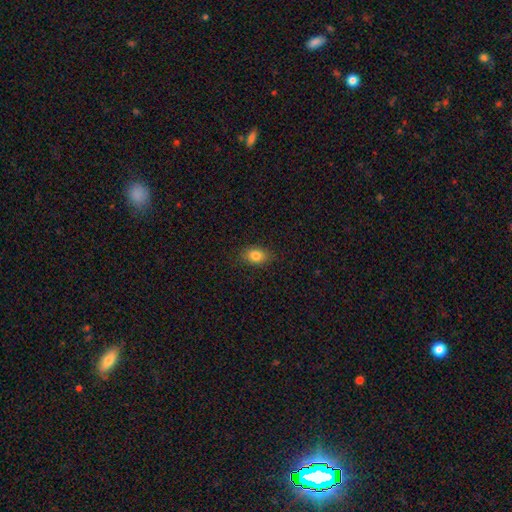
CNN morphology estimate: Smooth or featured?
  - smooth: 84% *
  - star or artifact: 10%
  - featured or disk: 7%
How rounded?
  - in between: 77% *
  - round: 22%
  - cigar-shaped: 2%
Merging?
  - none: 86% *
  - minor disturbance: 11%
  - major disturbance: 3%
  - merger: 1%